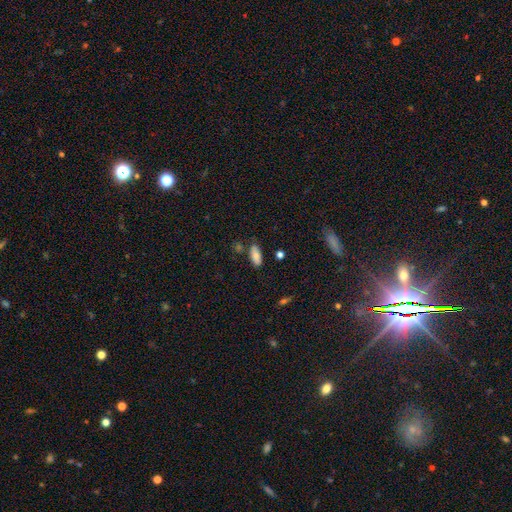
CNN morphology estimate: Smooth or featured?
  - smooth: 81% *
  - featured or disk: 11%
  - star or artifact: 8%
How rounded?
  - in between: 80% *
  - cigar-shaped: 17%
  - round: 2%
Merging?
  - none: 76% *
  - minor disturbance: 15%
  - merger: 5%
  - major disturbance: 3%